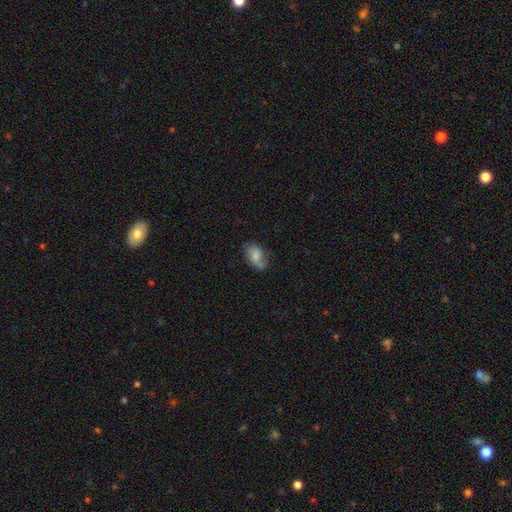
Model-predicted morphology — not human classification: Smooth or featured? Predicted: smooth (p=0.68). How rounded? Predicted: in between (p=0.88). Merging? Predicted: none (p=0.51).